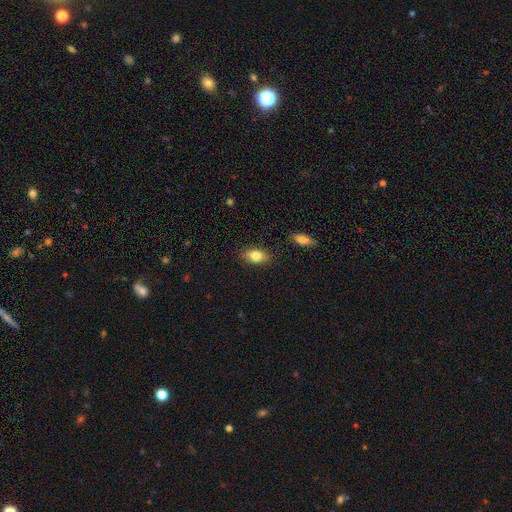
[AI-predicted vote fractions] Overall: smooth (80%). How rounded: in between (86%). Merging: none (86%).